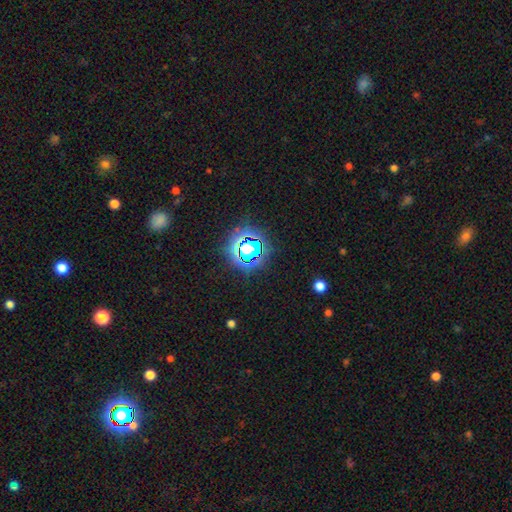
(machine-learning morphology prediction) Smooth or featured? star or artifact (71%)